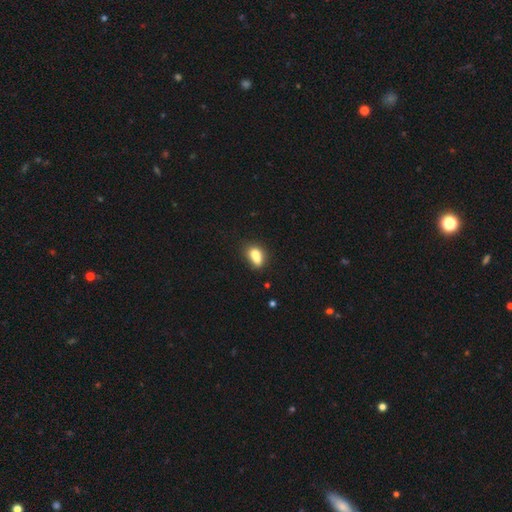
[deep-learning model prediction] smooth_or_featured: smooth (p=0.74) [alt: featured or disk p=0.15]
how_rounded: in between (p=0.73) [alt: round p=0.22]
merging: merger (p=0.40) [alt: none p=0.38]